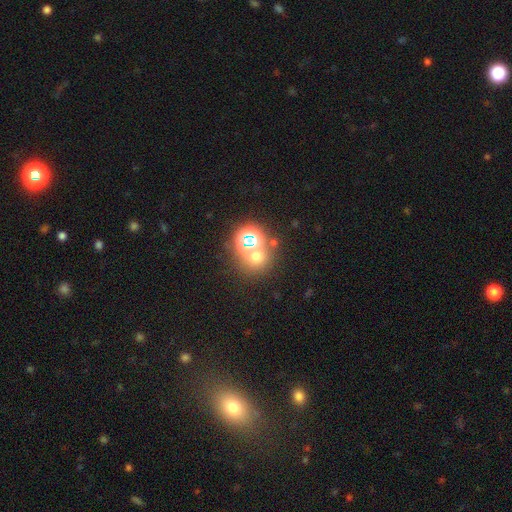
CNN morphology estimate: The model was most divided on "smooth or featured": smooth: 51%, star or artifact: 39%, featured or disk: 10%. More confident: how rounded — round (84%); merging — none (63%).